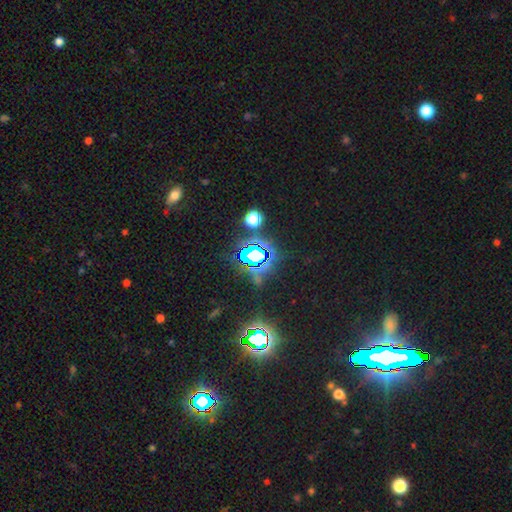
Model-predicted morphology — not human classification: smooth_or_featured: star or artifact (p=0.76) [alt: smooth p=0.14]